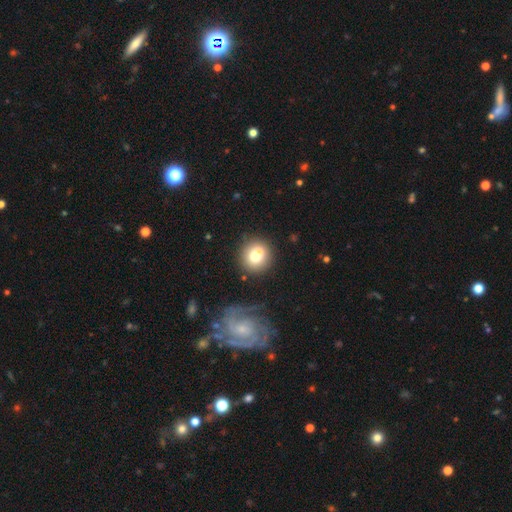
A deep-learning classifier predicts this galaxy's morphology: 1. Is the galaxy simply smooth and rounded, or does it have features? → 72% smooth, 19% featured or disk, 9% star or artifact.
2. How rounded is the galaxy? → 84% round, 15% in between, 1% cigar-shaped.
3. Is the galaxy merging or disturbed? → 59% none, 26% merger, 10% minor disturbance, 4% major disturbance.